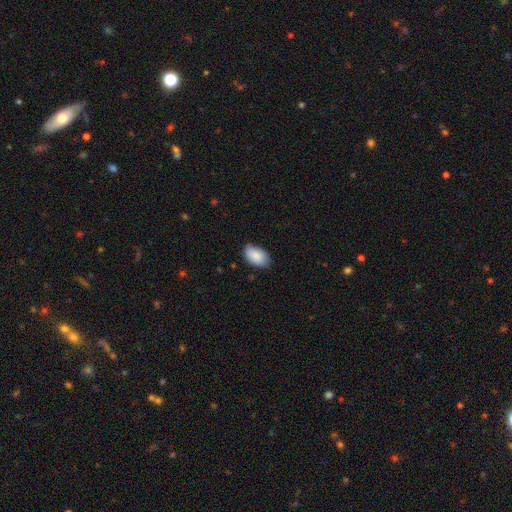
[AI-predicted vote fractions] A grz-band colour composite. It shows a smooth galaxy with no disk features (89%) that is in between round and cigar-shaped (94%). Merging: none (79%).